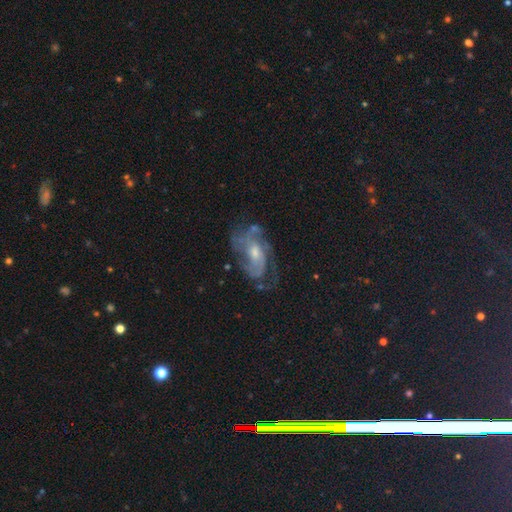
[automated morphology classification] type=featured or disk (58%); edge-on=no (92%); bar=no (58%); spiral arms=yes (86%); bulge=moderate (53%); merging=none (69%).